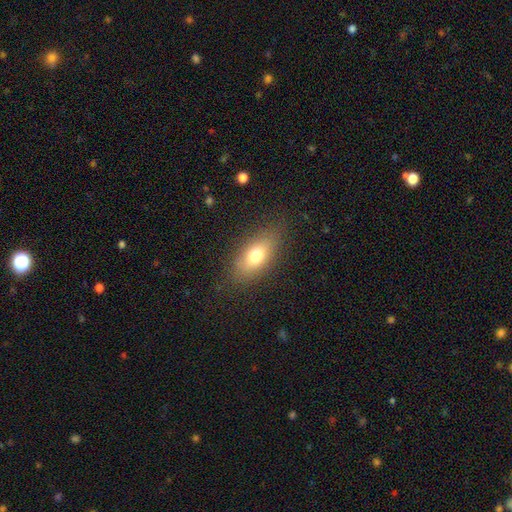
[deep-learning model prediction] smooth_or_featured: smooth (p=0.72) [alt: featured or disk p=0.18]
how_rounded: in between (p=0.82) [alt: cigar-shaped p=0.10]
merging: none (p=0.82) [alt: minor disturbance p=0.12]